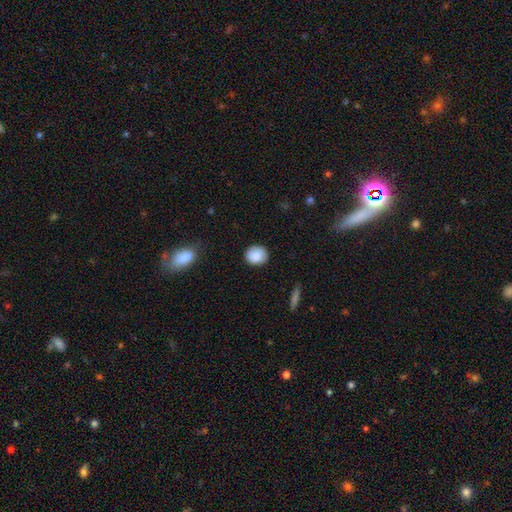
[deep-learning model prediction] Smooth or featured? Predicted: smooth (p=0.87). How rounded? Predicted: round (p=0.73). Merging? Predicted: none (p=0.85).